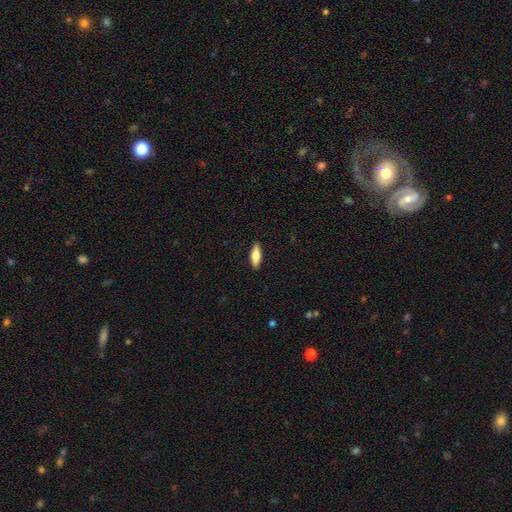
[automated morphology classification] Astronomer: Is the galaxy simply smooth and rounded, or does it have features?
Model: smooth — 69%.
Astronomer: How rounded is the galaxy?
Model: in between — 56% (runner-up: cigar-shaped, 42%).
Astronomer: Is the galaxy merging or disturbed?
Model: none — 90%.